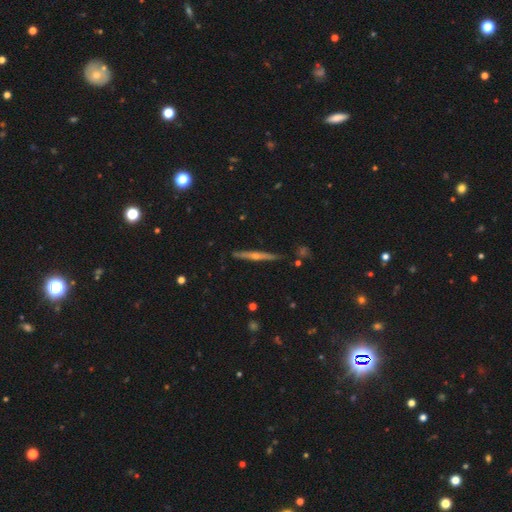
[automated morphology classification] type=featured or disk (73%); edge-on=yes (98%); edge-on bulge=rounded (80%); merging=none (88%).